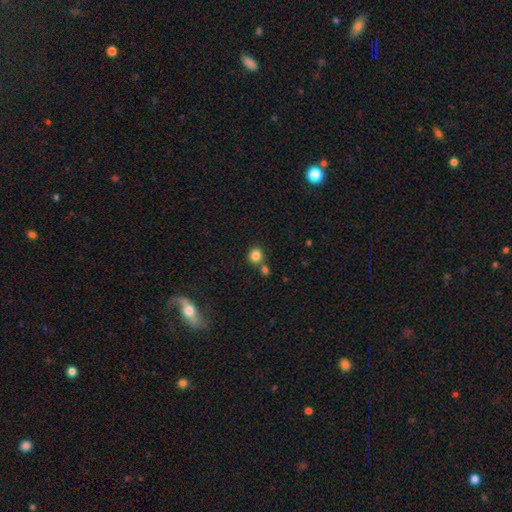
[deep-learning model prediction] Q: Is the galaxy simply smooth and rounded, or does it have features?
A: smooth — 84%.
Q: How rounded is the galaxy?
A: round — 83%.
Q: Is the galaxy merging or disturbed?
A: none — 66%.